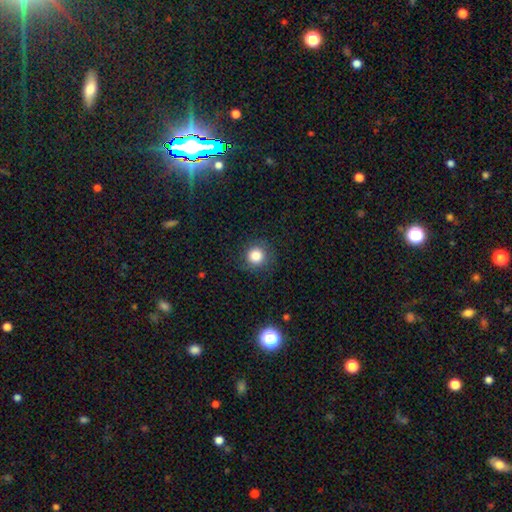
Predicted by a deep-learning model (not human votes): Overall: smooth (82%). How rounded: round (92%). Merging: none (82%).